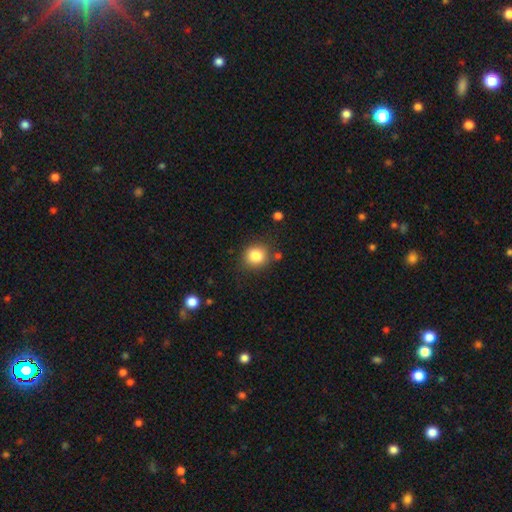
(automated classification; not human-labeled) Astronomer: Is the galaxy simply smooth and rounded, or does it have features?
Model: smooth — 83%.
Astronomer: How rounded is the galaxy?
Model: round — 85%.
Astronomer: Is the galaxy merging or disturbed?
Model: none — 83%.